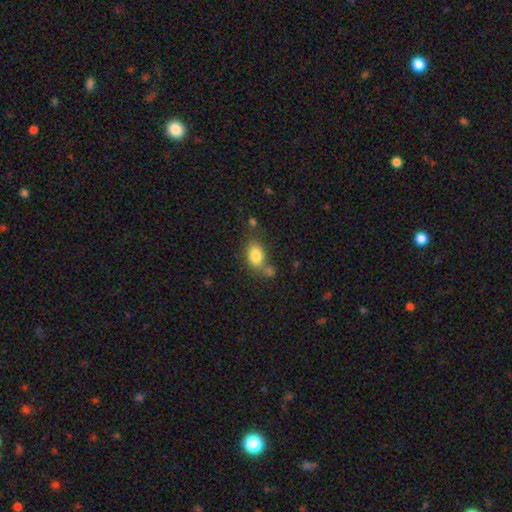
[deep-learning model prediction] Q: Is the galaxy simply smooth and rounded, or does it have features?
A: smooth — 82%.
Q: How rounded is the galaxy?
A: in between — 82%.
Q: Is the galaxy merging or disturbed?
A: none — 58%.